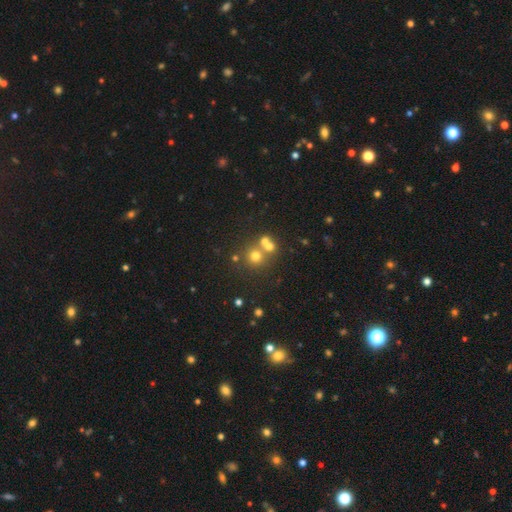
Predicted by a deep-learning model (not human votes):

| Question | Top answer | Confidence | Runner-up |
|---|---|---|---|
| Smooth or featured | smooth | 57% | star or artifact (28%) |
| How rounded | round | 86% | in between (13%) |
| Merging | none | 52% | merger (38%) |